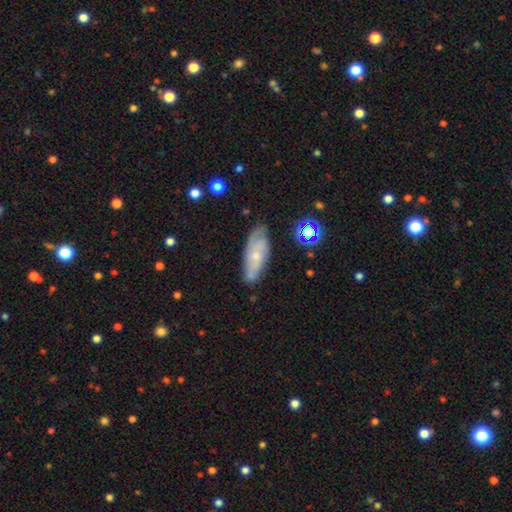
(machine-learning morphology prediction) This is possibly a featured or disk galaxy (55%). It is clearly not viewed edge-on (83%). Merging: likely none (71%).